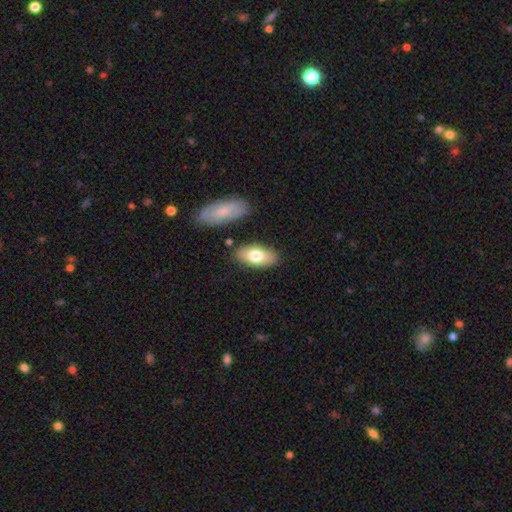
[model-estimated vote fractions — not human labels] Morphology: type=smooth (73%); roundness=in between (90%); merging=none (81%).